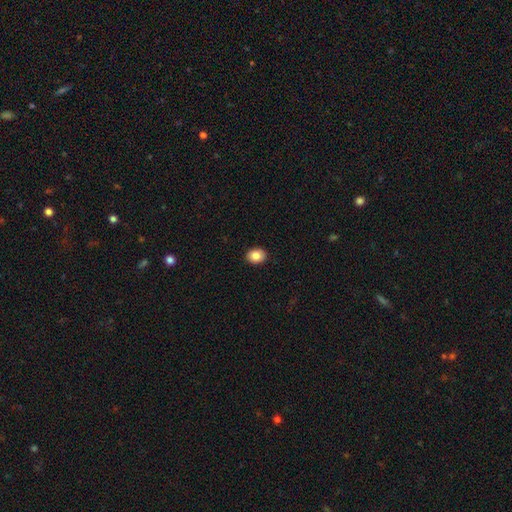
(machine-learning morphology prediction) smooth-or-featured: smooth: 85% | star or artifact: 8% | featured or disk: 7%
  how-rounded: in between: 54% | round: 45% | cigar-shaped: 1%
  merging: none: 91% | minor disturbance: 6% | major disturbance: 2% | merger: 1%